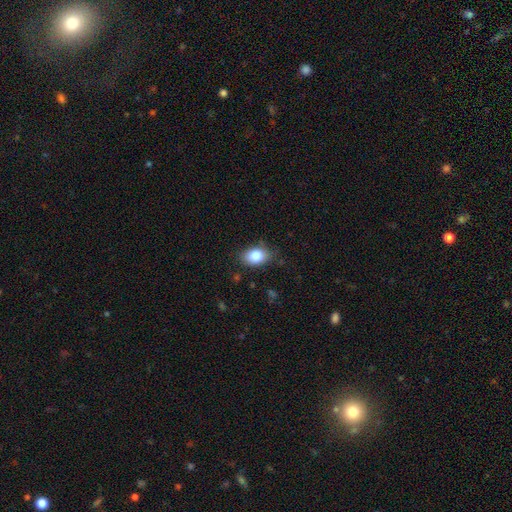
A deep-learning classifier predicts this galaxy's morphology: Smooth or featured?
  - smooth: 85% *
  - star or artifact: 8%
  - featured or disk: 7%
How rounded?
  - in between: 82% *
  - round: 17%
  - cigar-shaped: 1%
Merging?
  - none: 79% *
  - minor disturbance: 17%
  - major disturbance: 4%
  - merger: 1%